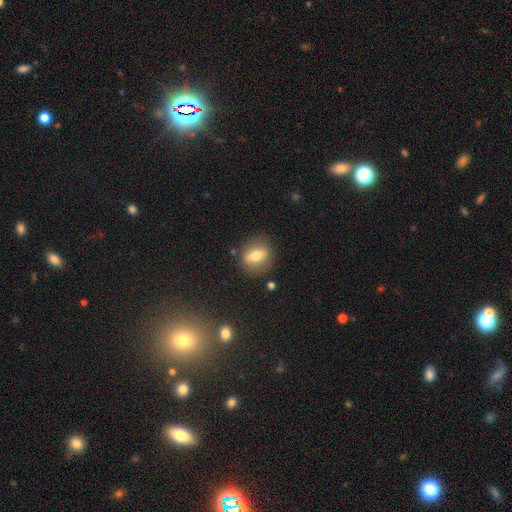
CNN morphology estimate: smooth 66%, featured or disk 25%, star or artifact 9%. Down the decision tree: how rounded — in between (51%); merging — none (82%).